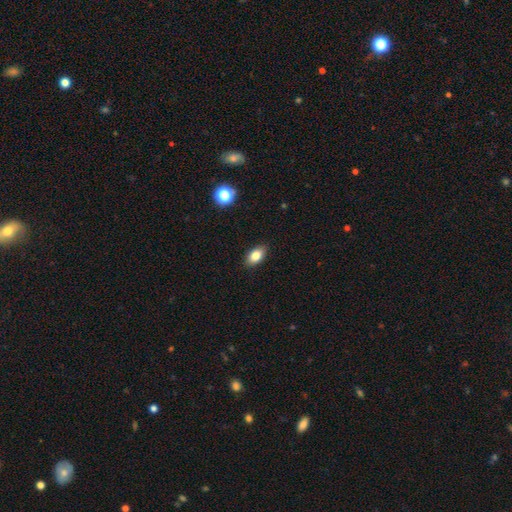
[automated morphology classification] Smooth or featured? smooth (82%)
How rounded? in between (88%)
Merging? none (88%)